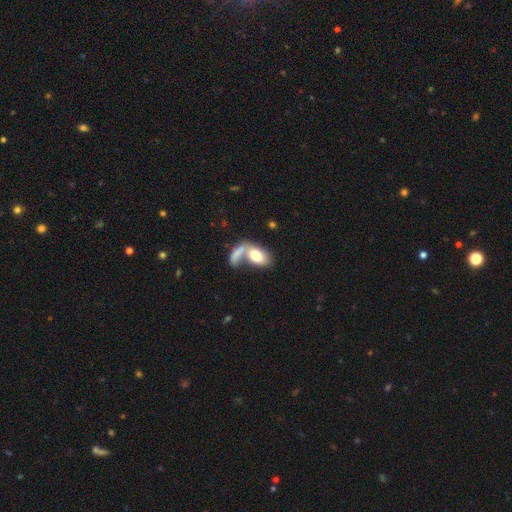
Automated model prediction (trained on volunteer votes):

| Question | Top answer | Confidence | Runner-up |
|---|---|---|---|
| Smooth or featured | smooth | 71% | featured or disk (22%) |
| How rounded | in between | 88% | round (7%) |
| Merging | merger | 59% | none (22%) |